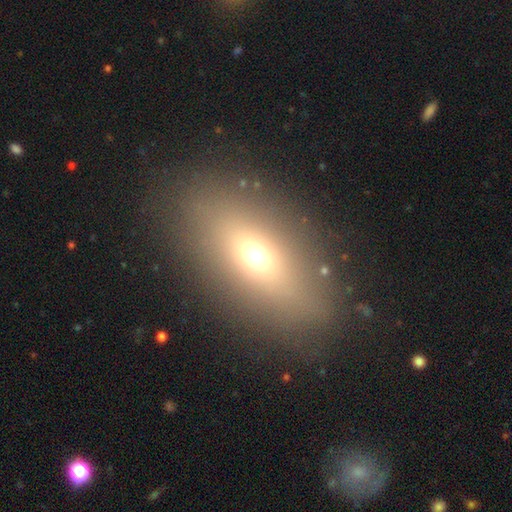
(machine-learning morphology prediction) type=smooth (64%); roundness=in between (78%); merging=none (84%).